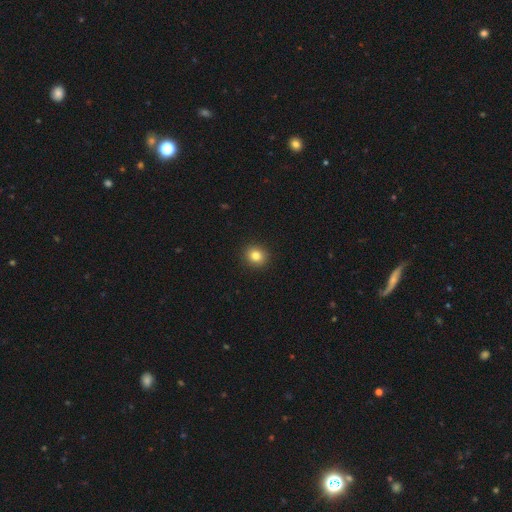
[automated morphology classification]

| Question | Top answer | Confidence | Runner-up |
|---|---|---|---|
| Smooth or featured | smooth | 83% | star or artifact (11%) |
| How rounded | round | 83% | in between (16%) |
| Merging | none | 93% | minor disturbance (5%) |